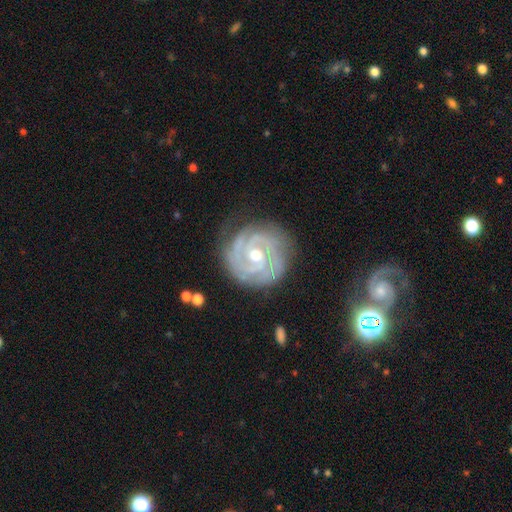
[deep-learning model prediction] smooth_or_featured: featured or disk (p=0.89) [alt: smooth p=0.06]
disk_edge_on: no (p=0.97) [alt: yes p=0.03]
bar: no (p=0.56) [alt: weak p=0.33]
has_spiral_arms: yes (p=0.97) [alt: no p=0.03]
spiral_winding: tight (p=0.80) [alt: medium p=0.17]
spiral_arm_count: 2 (p=0.36) [alt: 3 p=0.29]
bulge_size: moderate (p=0.66) [alt: small p=0.30]
merging: none (p=0.79) [alt: minor disturbance p=0.15]